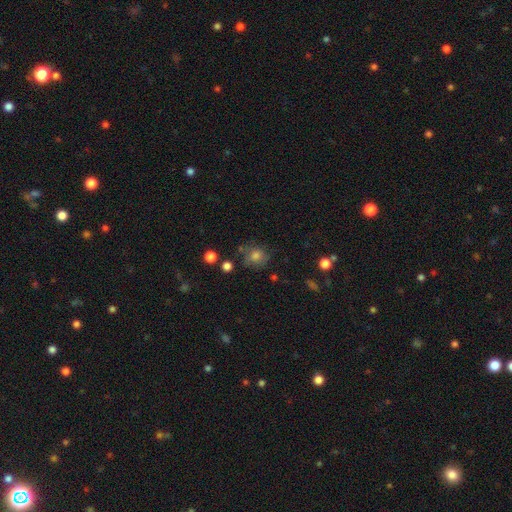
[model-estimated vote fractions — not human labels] smooth-or-featured: smooth: 75% | featured or disk: 13% | star or artifact: 12%
  how-rounded: round: 76% | in between: 23% | cigar-shaped: 1%
  merging: none: 64% | minor disturbance: 21% | major disturbance: 9% | merger: 6%